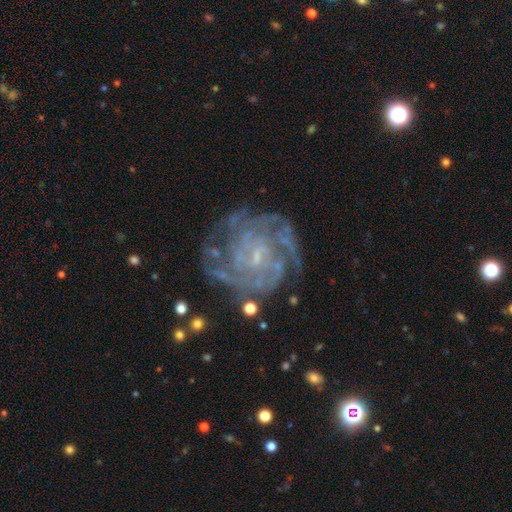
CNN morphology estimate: smooth_or_featured: featured or disk (p=0.86) [alt: star or artifact p=0.08]
disk_edge_on: no (p=0.98) [alt: yes p=0.02]
bar: no (p=0.55) [alt: weak p=0.37]
has_spiral_arms: yes (p=0.94) [alt: no p=0.06]
spiral_winding: tight (p=0.66) [alt: medium p=0.28]
spiral_arm_count: can't tell (p=0.31) [alt: 4 p=0.20]
bulge_size: small (p=0.72) [alt: none p=0.15]
merging: none (p=0.72) [alt: minor disturbance p=0.16]